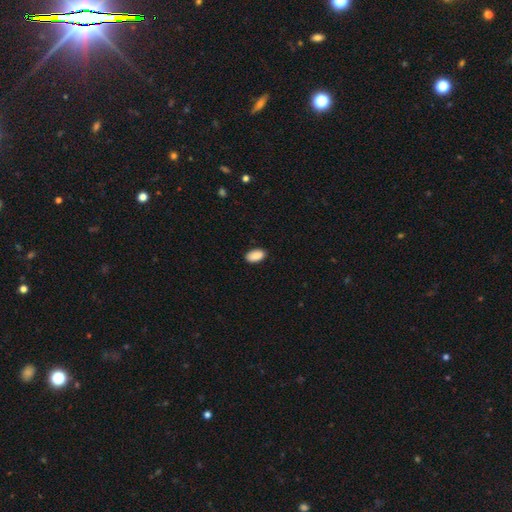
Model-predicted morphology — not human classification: type=smooth (91%); roundness=in between (94%); merging=none (88%).